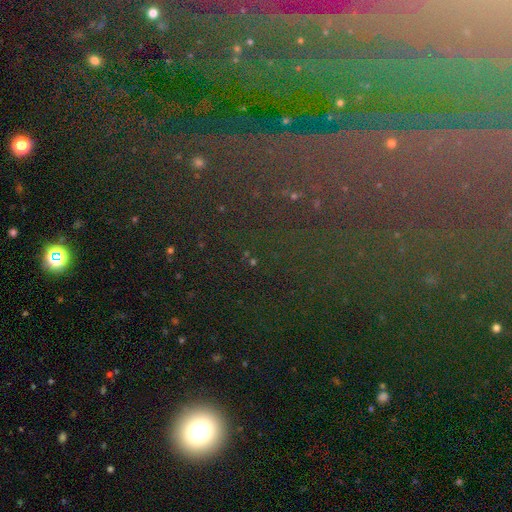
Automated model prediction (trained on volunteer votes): A star or artifact, not a galaxy (49%).

Vote fractions:
- Smooth or featured? star or artifact: 49% / smooth: 31% / featured or disk: 20%